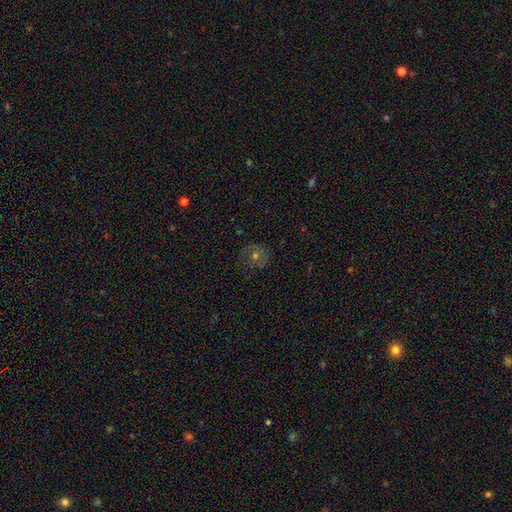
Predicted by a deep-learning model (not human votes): A smooth galaxy with no disk features (40%, tied with featured or disk). Merging: none (74%).